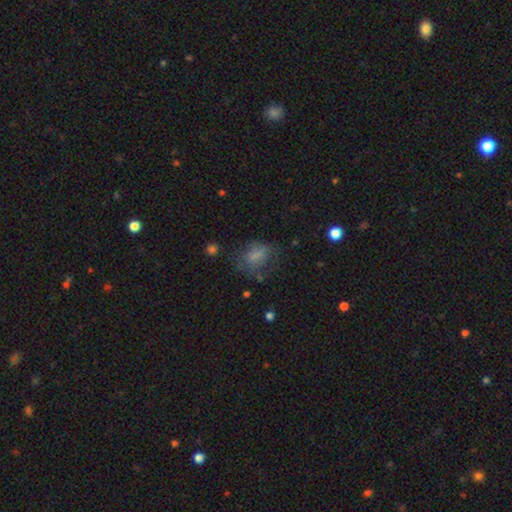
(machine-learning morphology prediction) Smooth or featured? Predicted: smooth (p=0.69). How rounded? Predicted: in between (p=0.70). Merging? Predicted: none (p=0.50).